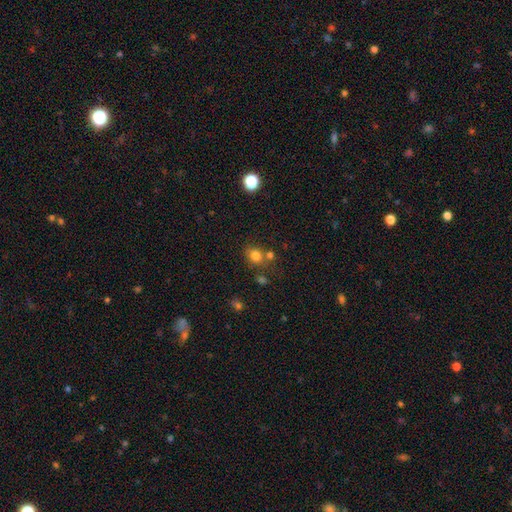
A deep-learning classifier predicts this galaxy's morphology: smooth 78%, star or artifact 14%, featured or disk 8%. Down the decision tree: how rounded — round (65%); merging — none (60%).